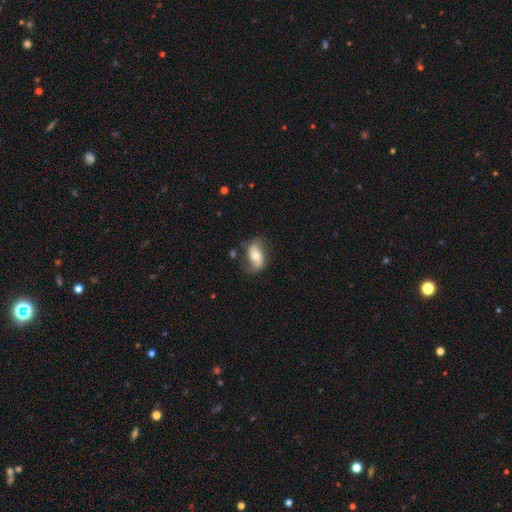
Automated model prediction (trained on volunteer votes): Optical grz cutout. It shows a smooth galaxy with no disk features (53%) that is in between round and cigar-shaped (88%). Merging: none (64%).